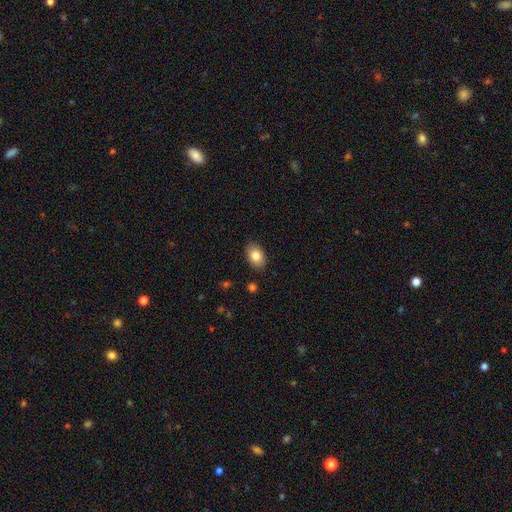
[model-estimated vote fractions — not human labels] This is clearly a smooth galaxy (83%). How rounded: clearly in between (87%). Merging: clearly none (87%).